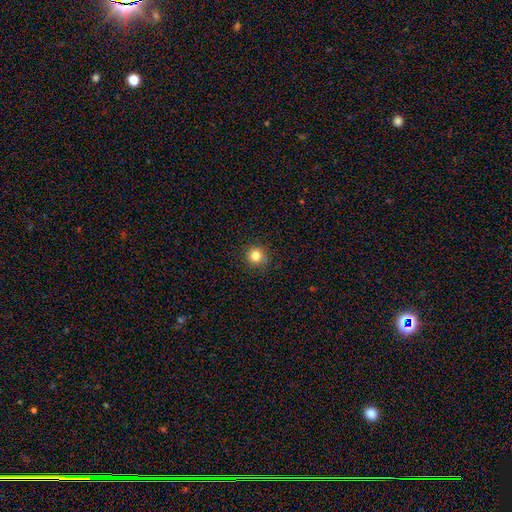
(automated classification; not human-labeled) smooth-or-featured: smooth: 82% | star or artifact: 12% | featured or disk: 6%
  how-rounded: round: 94% | in between: 5% | cigar-shaped: 1%
  merging: none: 90% | minor disturbance: 7% | major disturbance: 2% | merger: 1%